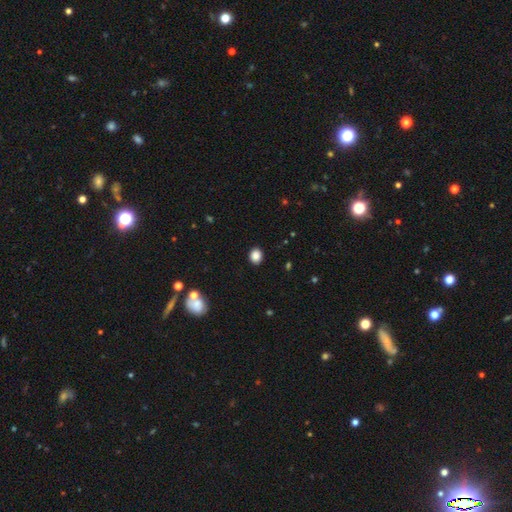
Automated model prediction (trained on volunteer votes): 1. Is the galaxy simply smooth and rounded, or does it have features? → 87% smooth, 10% star or artifact, 3% featured or disk.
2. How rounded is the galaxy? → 58% round, 41% in between, 1% cigar-shaped.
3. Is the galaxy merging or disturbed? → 91% none, 6% minor disturbance, 2% major disturbance, 1% merger.